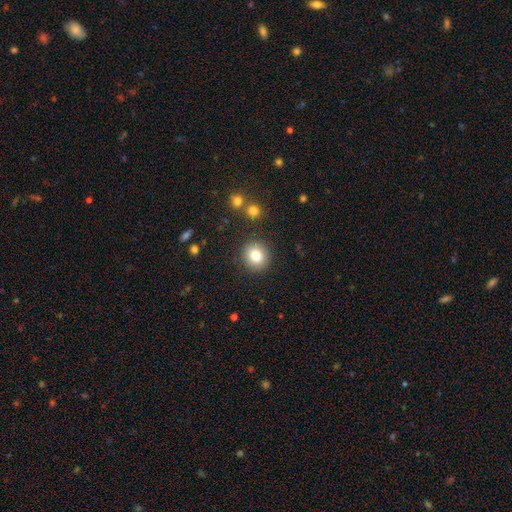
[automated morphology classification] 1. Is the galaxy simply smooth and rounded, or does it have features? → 80% smooth, 11% star or artifact, 9% featured or disk.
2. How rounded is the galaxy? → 88% round, 11% in between, 1% cigar-shaped.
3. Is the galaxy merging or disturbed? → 89% none, 6% minor disturbance, 2% major disturbance, 2% merger.